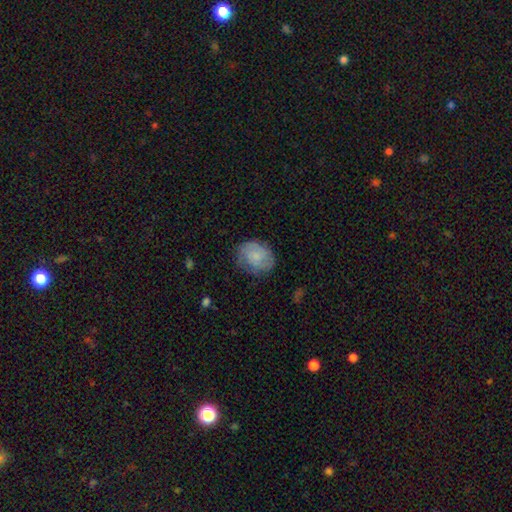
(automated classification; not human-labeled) Smooth or featured? Predicted: smooth (p=0.49). Merging? Predicted: none (p=0.71).